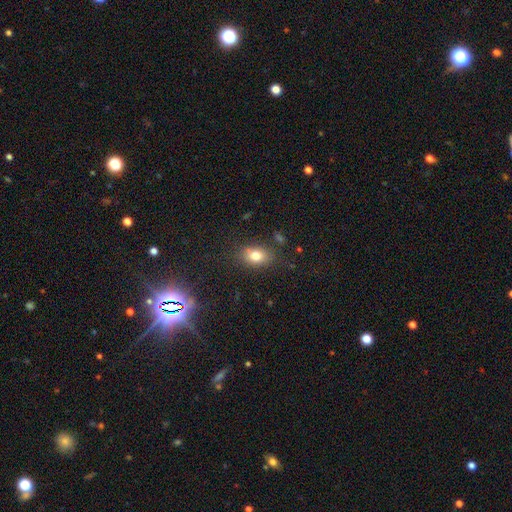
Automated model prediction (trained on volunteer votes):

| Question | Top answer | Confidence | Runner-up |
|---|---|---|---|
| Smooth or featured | smooth | 77% | star or artifact (12%) |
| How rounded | in between | 75% | round (23%) |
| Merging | none | 79% | minor disturbance (14%) |